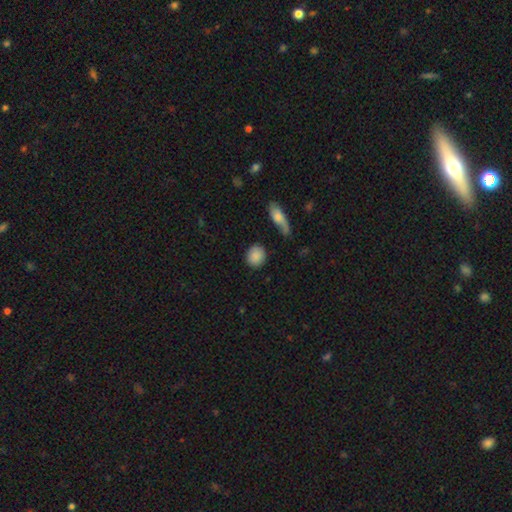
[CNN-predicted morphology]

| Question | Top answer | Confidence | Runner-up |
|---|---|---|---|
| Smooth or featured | smooth | 86% | star or artifact (8%) |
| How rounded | round | 78% | in between (20%) |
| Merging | none | 83% | minor disturbance (10%) |